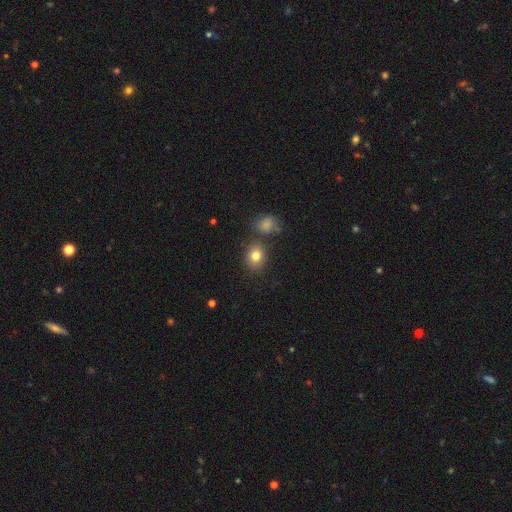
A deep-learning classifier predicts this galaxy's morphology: Overall: smooth (80%). How rounded: round (57%; in between 42%). Merging: none (75%).